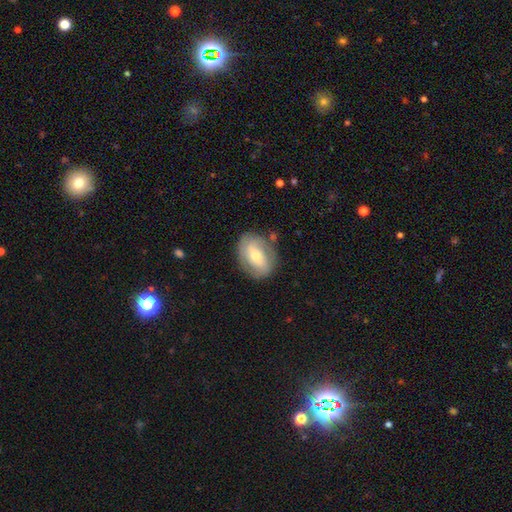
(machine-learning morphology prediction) smooth-or-featured: featured or disk: 55% | smooth: 38% | star or artifact: 8%
  disk-edge-on: no: 93% | yes: 7%
    bar: weak: 37% | no: 35% | strong: 27%
    has-spiral-arms: yes: 62% | no: 38%
    bulge-size: moderate: 61% | small: 33% | large: 4% | none: 1% | dominant: 1%
  merging: none: 77% | minor disturbance: 15% | major disturbance: 5% | merger: 2%